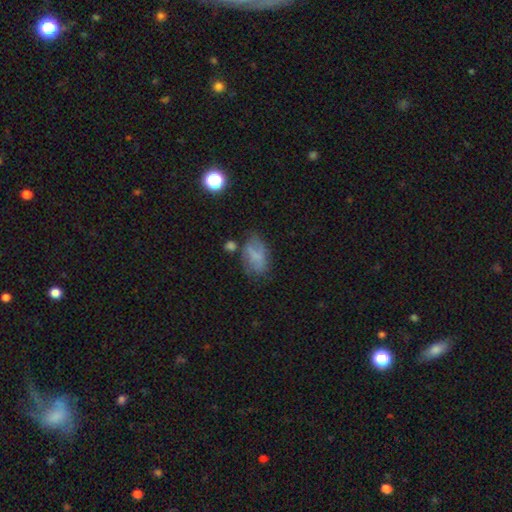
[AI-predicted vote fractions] Smooth or featured? Predicted: smooth (p=0.57). How rounded? Predicted: in between (p=0.87). Merging? Predicted: none (p=0.48).